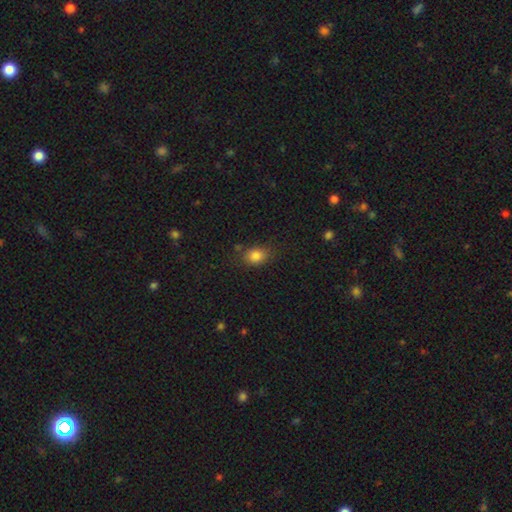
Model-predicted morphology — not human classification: The model was most divided on "how rounded": in between: 59%, round: 40%, cigar-shaped: 1%. More confident: smooth or featured — smooth (82%); merging — none (74%).